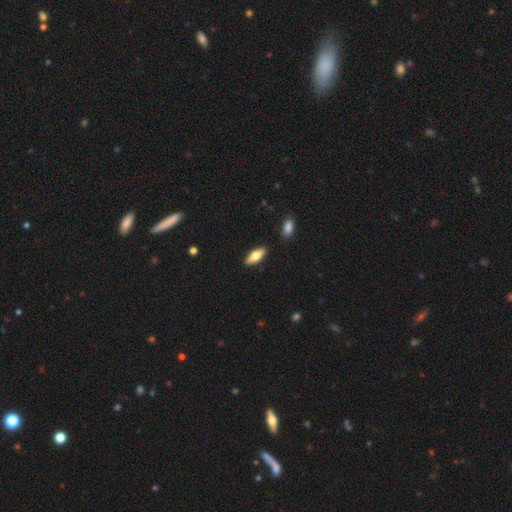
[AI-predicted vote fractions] Smooth or featured: smooth — 72% (featured or disk — 22%)
How rounded: in between — 75% (cigar-shaped — 23%)
Merging: none — 87% (minor disturbance — 9%)